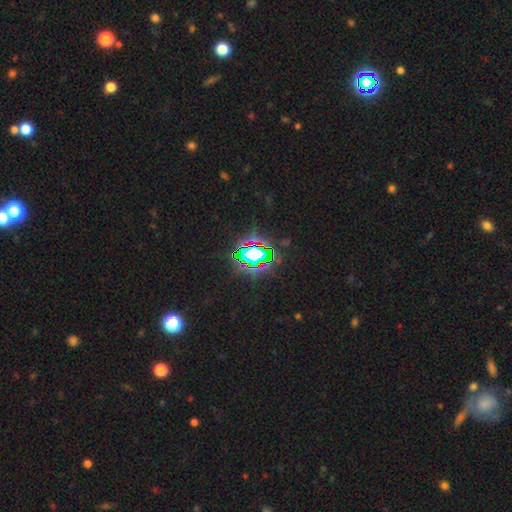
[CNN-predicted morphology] This is likely a star or artifact rather than a galaxy (76%).